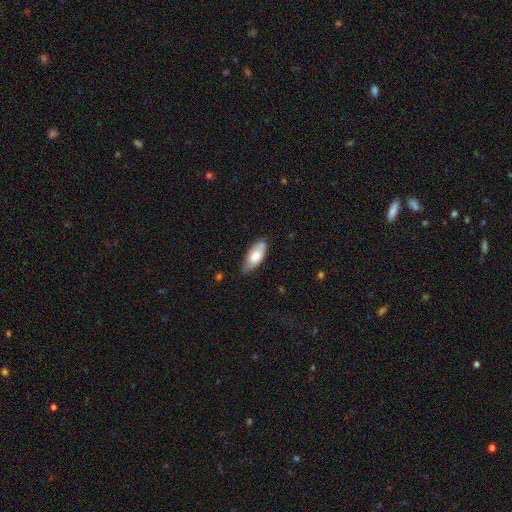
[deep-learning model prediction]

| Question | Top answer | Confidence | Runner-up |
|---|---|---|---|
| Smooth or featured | smooth | 68% | featured or disk (26%) |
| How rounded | in between | 87% | cigar-shaped (11%) |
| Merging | none | 66% | minor disturbance (28%) |